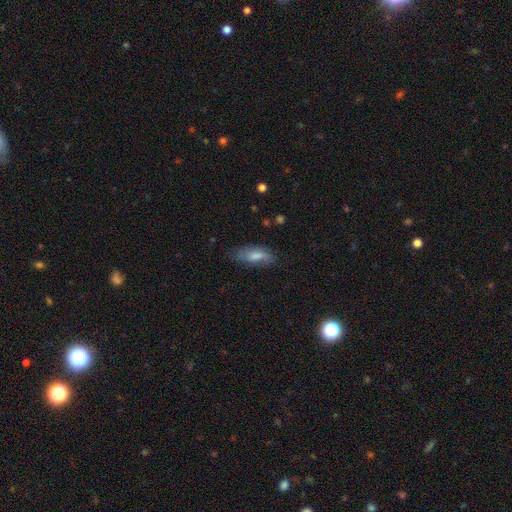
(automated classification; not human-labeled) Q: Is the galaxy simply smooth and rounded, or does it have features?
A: smooth — 69%.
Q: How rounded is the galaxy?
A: in between — 77%.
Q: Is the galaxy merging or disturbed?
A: none — 61%.